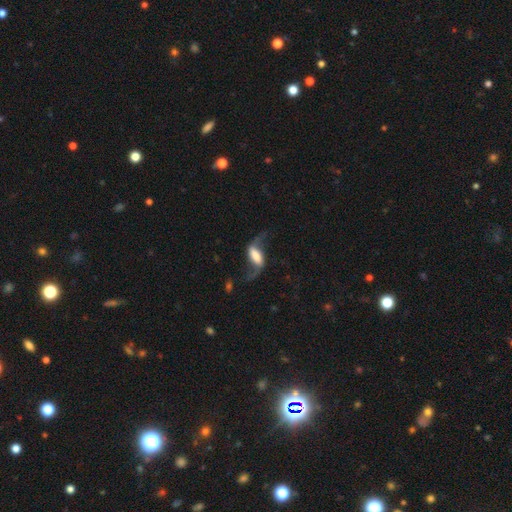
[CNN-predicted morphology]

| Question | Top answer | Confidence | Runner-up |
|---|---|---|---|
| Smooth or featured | featured or disk | 71% | smooth (22%) |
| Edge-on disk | no | 90% | yes (10%) |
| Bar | strong | 43% | weak (36%) |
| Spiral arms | yes | 91% | no (9%) |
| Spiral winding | loose | 90% | medium (8%) |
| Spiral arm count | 2 | 92% | 1 (3%) |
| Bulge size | large | 35% | moderate (22%) |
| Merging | none | 60% | major disturbance (20%) |